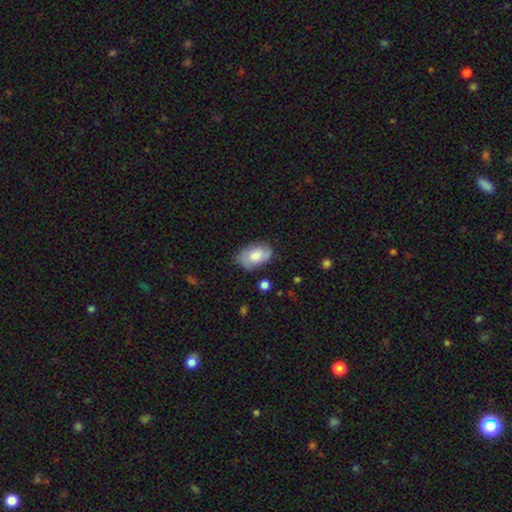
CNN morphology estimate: This appears to be a smooth galaxy with no disk features (71%) that is in between round and cigar-shaped (92%). Merging: none (66%).